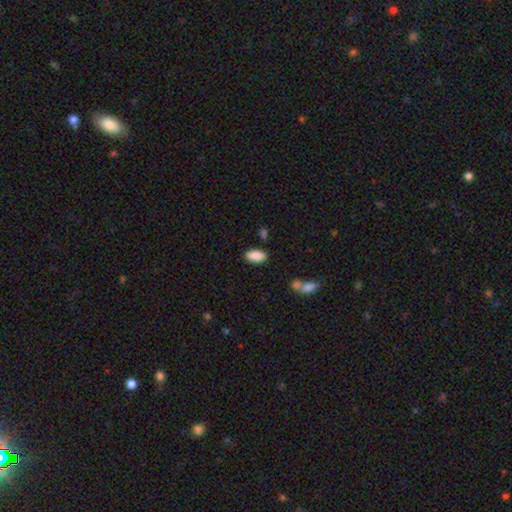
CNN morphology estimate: Smooth or featured: smooth — 89% (star or artifact — 7%)
How rounded: in between — 93% (cigar-shaped — 4%)
Merging: none — 83% (minor disturbance — 11%)